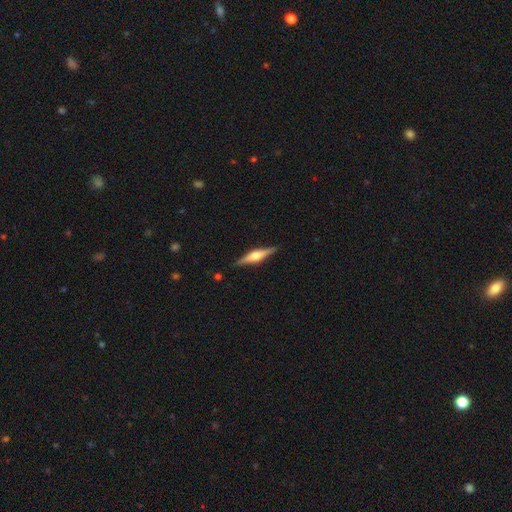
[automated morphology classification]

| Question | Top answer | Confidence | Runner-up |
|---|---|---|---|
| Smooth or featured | featured or disk | 73% | smooth (21%) |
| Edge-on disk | yes | 98% | no (2%) |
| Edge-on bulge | rounded | 86% | boxy (11%) |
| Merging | none | 89% | minor disturbance (8%) |